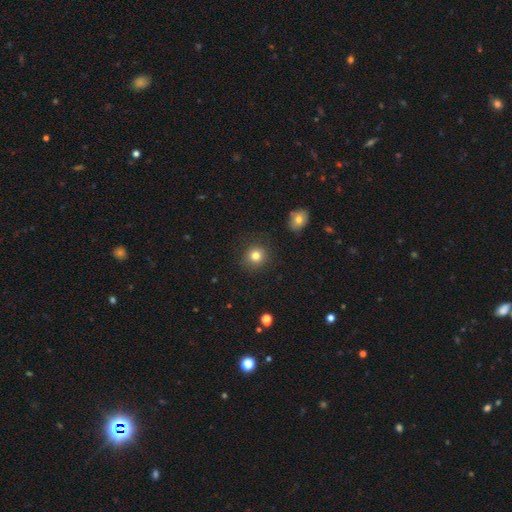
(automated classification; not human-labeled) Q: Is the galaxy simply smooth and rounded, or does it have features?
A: smooth — 81%.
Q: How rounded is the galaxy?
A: round — 90%.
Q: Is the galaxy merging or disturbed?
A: none — 89%.